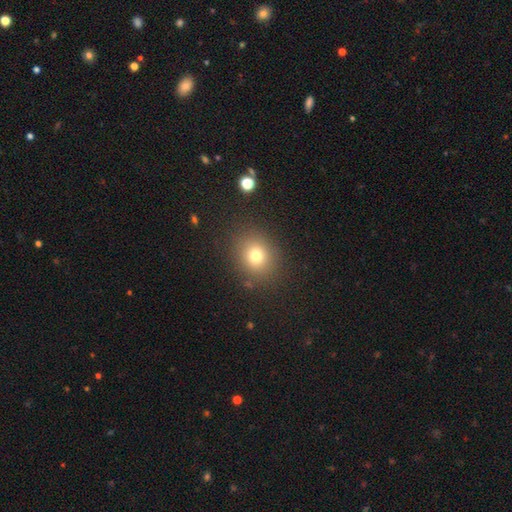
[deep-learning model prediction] Overall: smooth (76%). How rounded: round (73%). Merging: none (87%).